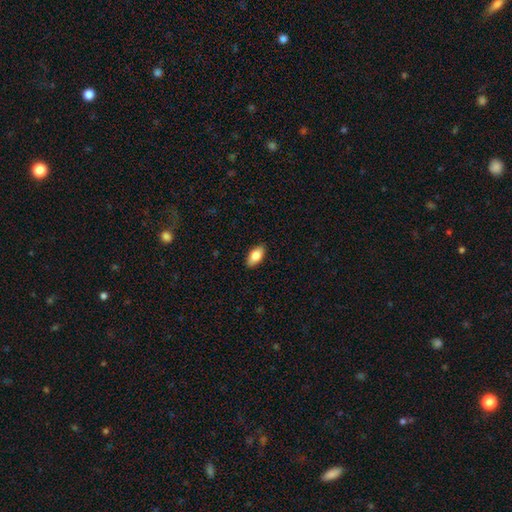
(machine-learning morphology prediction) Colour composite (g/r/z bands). It shows a smooth galaxy with no disk features (84%) that is in between round and cigar-shaped (92%). Merging: none (89%).